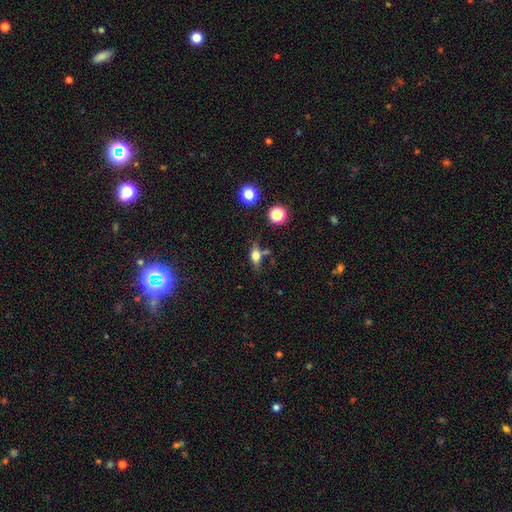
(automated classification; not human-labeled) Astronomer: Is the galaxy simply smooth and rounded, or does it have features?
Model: smooth — 64%.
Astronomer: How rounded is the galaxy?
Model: in between — 67%.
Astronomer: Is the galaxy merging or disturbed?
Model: none — 63%.